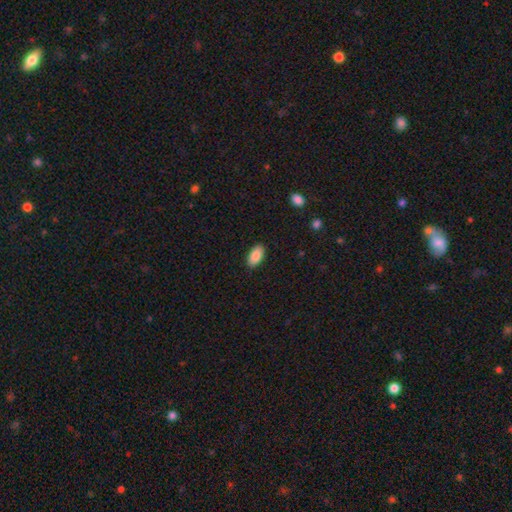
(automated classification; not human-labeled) smooth_or_featured: smooth (p=0.87) [alt: star or artifact p=0.07]
how_rounded: in between (p=0.94) [alt: cigar-shaped p=0.03]
merging: none (p=0.89) [alt: minor disturbance p=0.08]